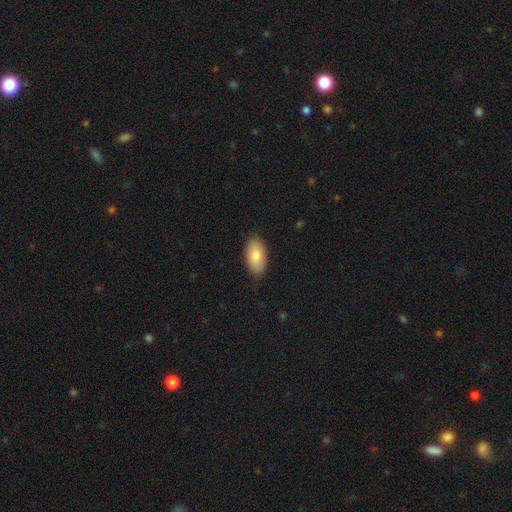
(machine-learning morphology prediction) A smooth galaxy with no disk features (81%) that is in between round and cigar-shaped (94%). Merging: none (86%).